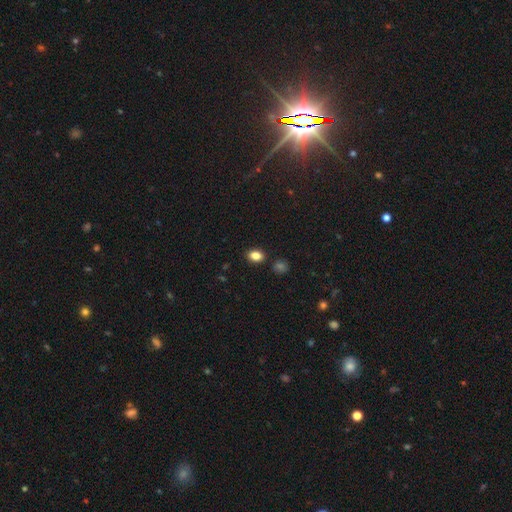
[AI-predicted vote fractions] Smooth or featured? Predicted: smooth (p=0.85). How rounded? Predicted: in between (p=0.67). Merging? Predicted: none (p=0.86).